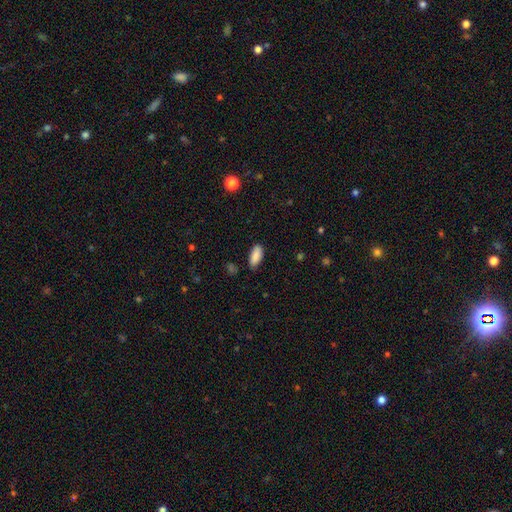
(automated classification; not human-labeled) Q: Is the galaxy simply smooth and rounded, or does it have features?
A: smooth — 88%.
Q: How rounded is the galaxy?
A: in between — 83%.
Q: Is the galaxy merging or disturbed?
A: none — 80%.